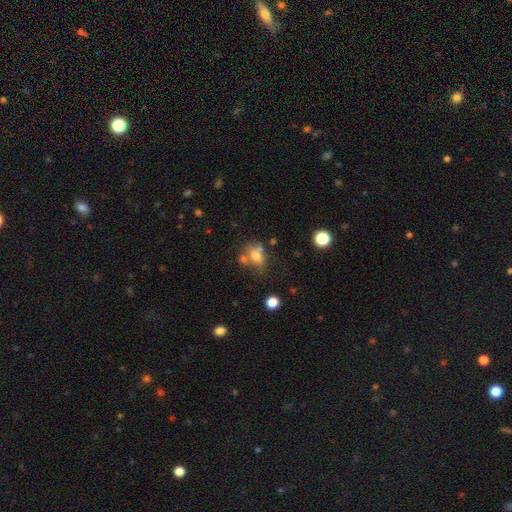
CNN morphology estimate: smooth-or-featured: smooth: 64% | featured or disk: 22% | star or artifact: 14%
  how-rounded: in between: 65% | round: 31% | cigar-shaped: 4%
  merging: none: 43% | merger: 30% | minor disturbance: 17% | major disturbance: 10%